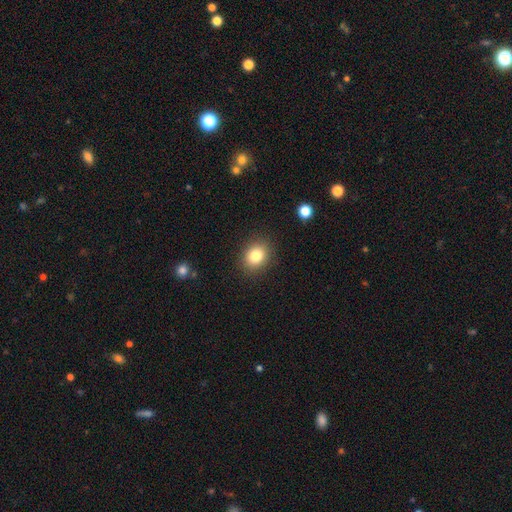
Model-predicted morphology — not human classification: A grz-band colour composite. It shows a smooth galaxy with no disk features (81%) that is round (57%). Merging: none (88%).